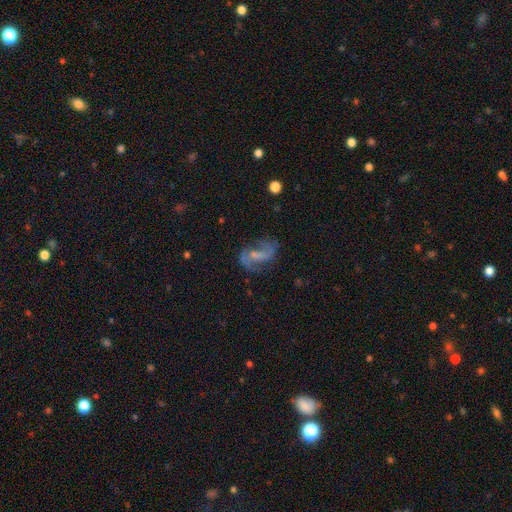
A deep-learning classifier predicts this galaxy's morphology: A featured or disk galaxy (75%) with a weak bar (48%), 2 (88%) loose (46%) spiral arms (92%) and a small central bulge (44%).

Vote fractions:
- Smooth or featured? featured or disk: 75% / star or artifact: 12% / smooth: 12%
- Edge-on disk? no: 96% / yes: 4%
- Bar? weak: 48% / no: 27% / strong: 26%
- Spiral arms? yes: 92% / no: 8%
- Spiral winding? loose: 46% / medium: 40% / tight: 13%
- Spiral arm count? 2: 88% / can't tell: 5% / 1: 3% / 3: 1% / 4: 1% / more than 4: 1%
- Bulge size? small: 44% / moderate: 26% / none: 26% / large: 3% / dominant: 1%
- Merging? none: 74% / minor disturbance: 15% / major disturbance: 9% / merger: 2%